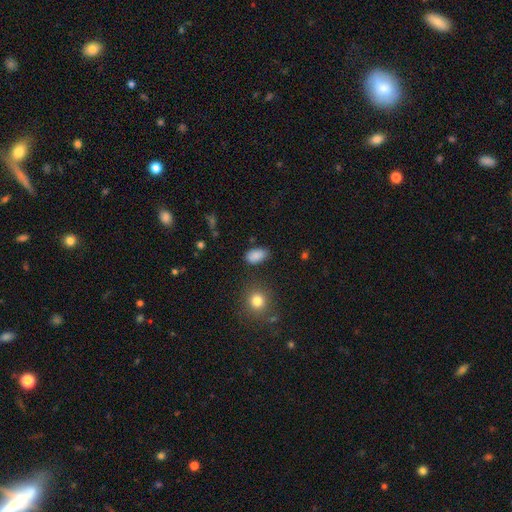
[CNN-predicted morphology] A smooth galaxy with no disk features (85%) that is in between round and cigar-shaped (90%).

Vote fractions:
- Smooth or featured? smooth: 85% / star or artifact: 10% / featured or disk: 5%
- How rounded? in between: 90% / round: 8% / cigar-shaped: 2%
- Merging? none: 76% / minor disturbance: 17% / major disturbance: 4% / merger: 3%